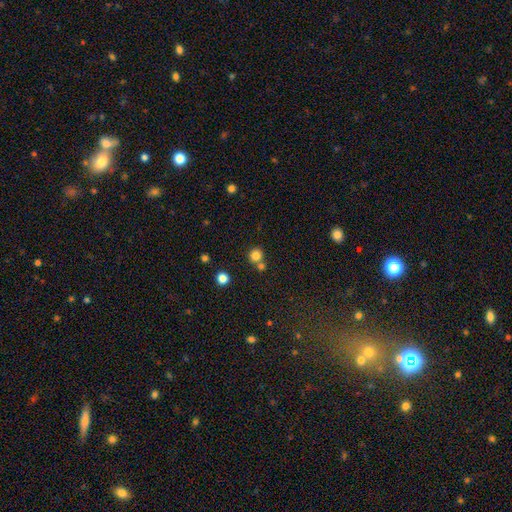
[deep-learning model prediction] This is clearly a smooth galaxy (81%). How rounded: clearly round (90%). Merging: likely none (65%).